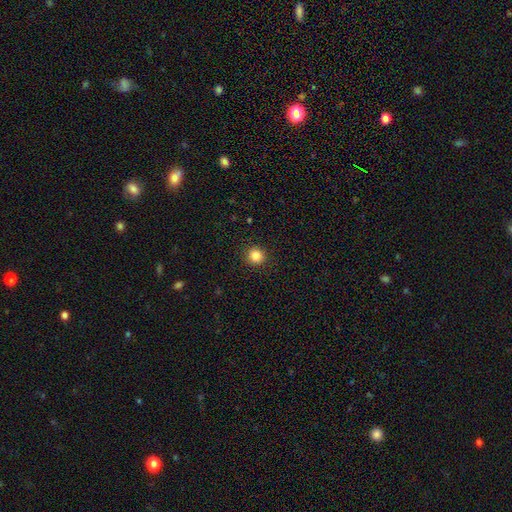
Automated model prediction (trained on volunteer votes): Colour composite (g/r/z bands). It shows a smooth galaxy with no disk features (84%) that is round (93%). Merging: none (92%).